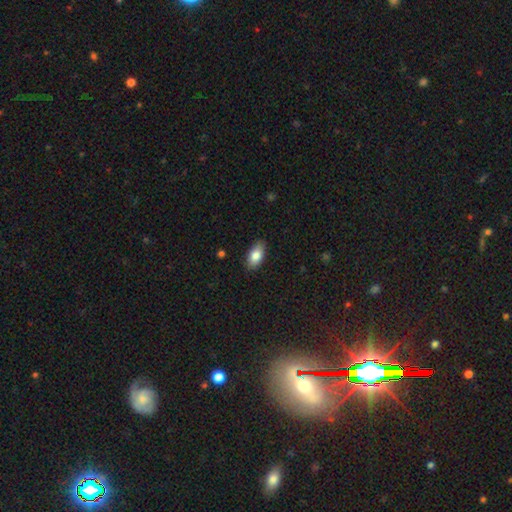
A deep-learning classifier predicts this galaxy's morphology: A smooth galaxy with no disk features (83%) that is in between round and cigar-shaped (92%).

Vote fractions:
- Smooth or featured? smooth: 83% / featured or disk: 10% / star or artifact: 7%
- How rounded? in between: 92% / cigar-shaped: 4% / round: 4%
- Merging? none: 86% / minor disturbance: 11% / major disturbance: 2% / merger: 1%